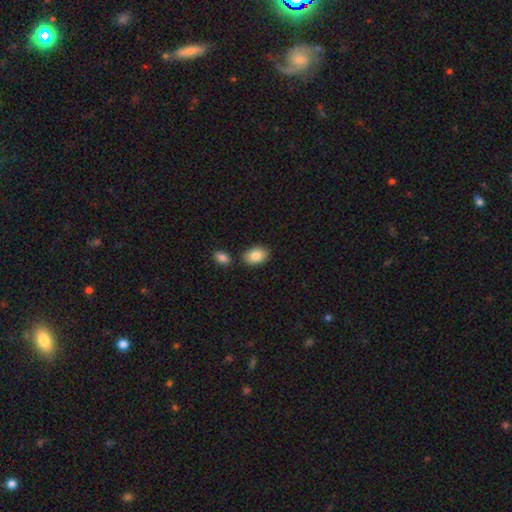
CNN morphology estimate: smooth-or-featured: smooth: 84% | featured or disk: 9% | star or artifact: 7%
  how-rounded: in between: 84% | round: 15% | cigar-shaped: 1%
  merging: none: 80% | minor disturbance: 11% | merger: 7% | major disturbance: 2%